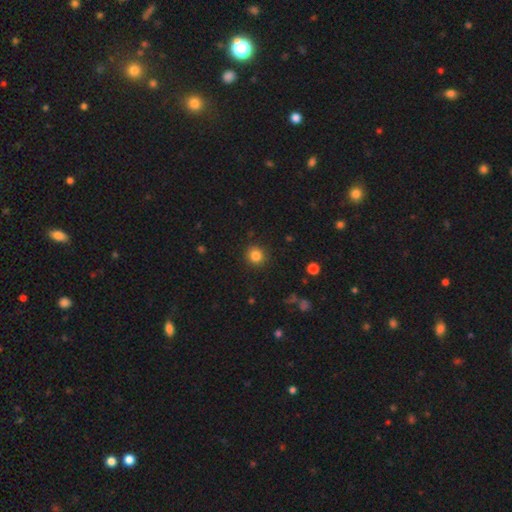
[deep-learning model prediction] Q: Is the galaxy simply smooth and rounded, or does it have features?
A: smooth — 83%.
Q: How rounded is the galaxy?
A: round — 90%.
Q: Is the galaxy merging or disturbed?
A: none — 90%.